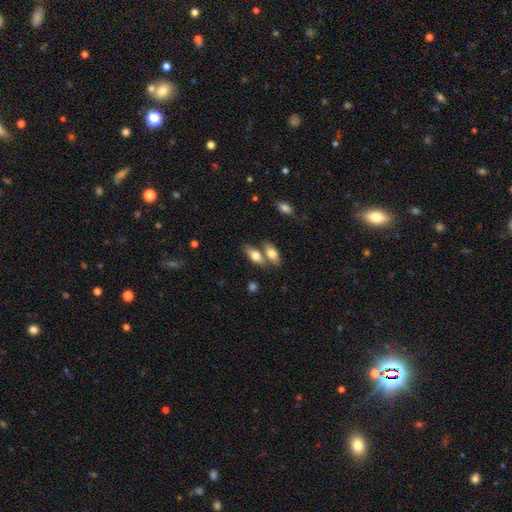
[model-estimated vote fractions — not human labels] smooth-or-featured: smooth: 73% | featured or disk: 20% | star or artifact: 7%
  how-rounded: in between: 82% | cigar-shaped: 12% | round: 5%
  merging: none: 47% | merger: 38% | minor disturbance: 11% | major disturbance: 4%